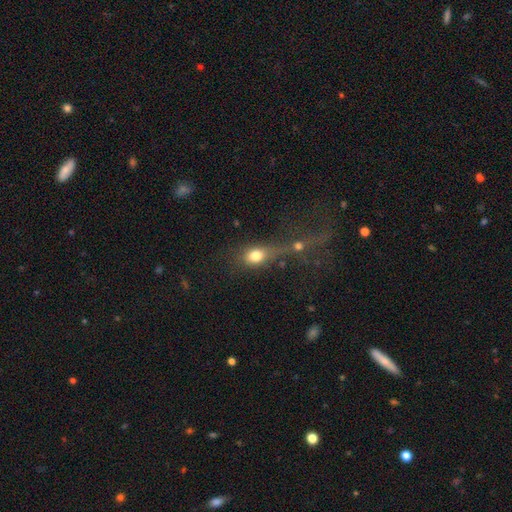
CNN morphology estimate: A smooth galaxy with no disk features (75%) that is in between round and cigar-shaped (54%).

Vote fractions:
- Smooth or featured? smooth: 75% / star or artifact: 13% / featured or disk: 11%
- How rounded? in between: 54% / round: 41% / cigar-shaped: 5%
- Merging? none: 35% / merger: 29% / major disturbance: 19% / minor disturbance: 17%